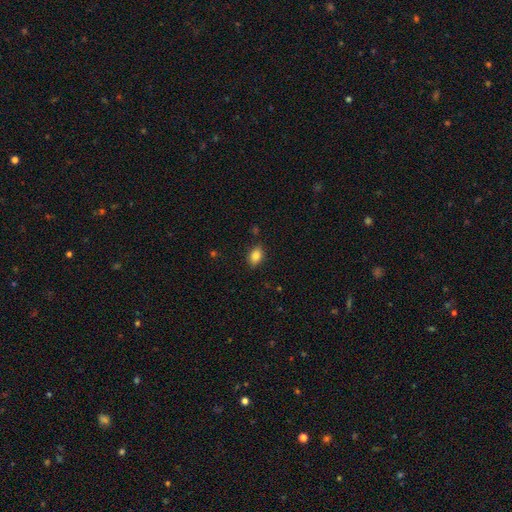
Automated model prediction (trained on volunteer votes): Q: Smooth or featured?
A: smooth (85%); runner-up: star or artifact (9%)
Q: How rounded?
A: in between (83%); runner-up: round (15%)
Q: Merging?
A: none (85%); runner-up: minor disturbance (11%)